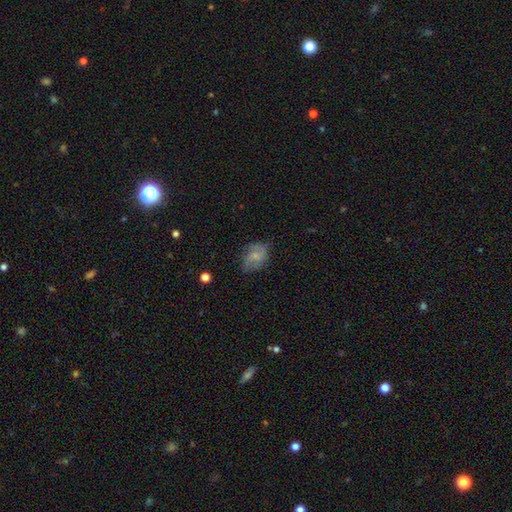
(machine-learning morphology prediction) Smooth or featured: smooth — 60% (featured or disk — 32%)
How rounded: in between — 74% (round — 25%)
Merging: none — 59% (minor disturbance — 29%)